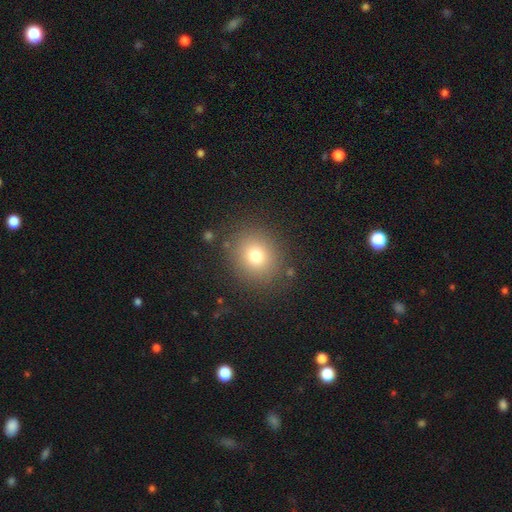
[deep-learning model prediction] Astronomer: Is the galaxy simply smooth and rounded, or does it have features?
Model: smooth — 75%.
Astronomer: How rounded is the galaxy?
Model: round — 80%.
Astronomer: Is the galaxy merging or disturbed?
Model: none — 85%.